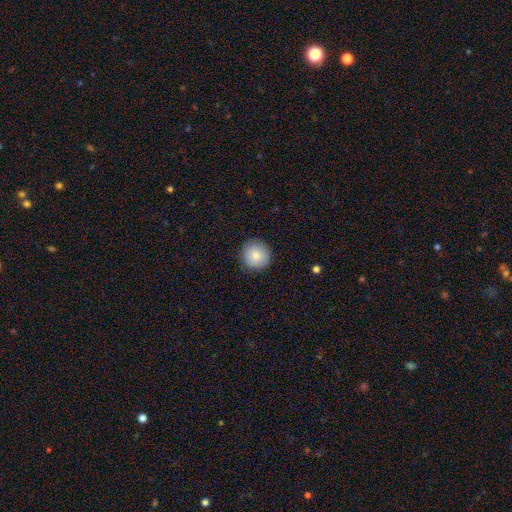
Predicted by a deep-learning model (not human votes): Morphology: type=smooth (83%); roundness=round (95%); merging=none (89%).